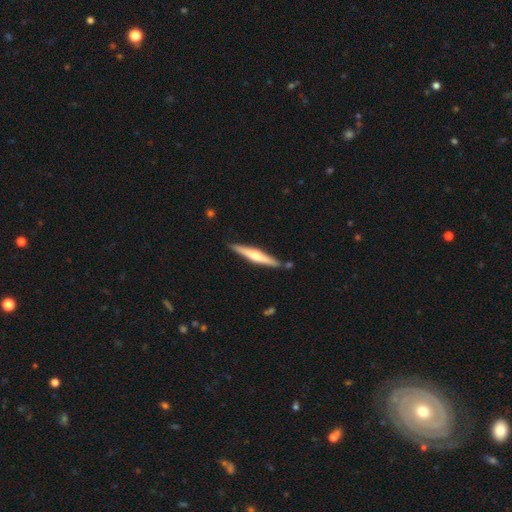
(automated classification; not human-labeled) Smooth or featured?
  - featured or disk: 57% *
  - smooth: 38%
  - star or artifact: 5%
Edge-on disk?
  - yes: 97% *
  - no: 3%
Edge-on bulge?
  - rounded: 82% *
  - none: 11%
  - boxy: 7%
Merging?
  - none: 86% *
  - minor disturbance: 9%
  - merger: 3%
  - major disturbance: 2%